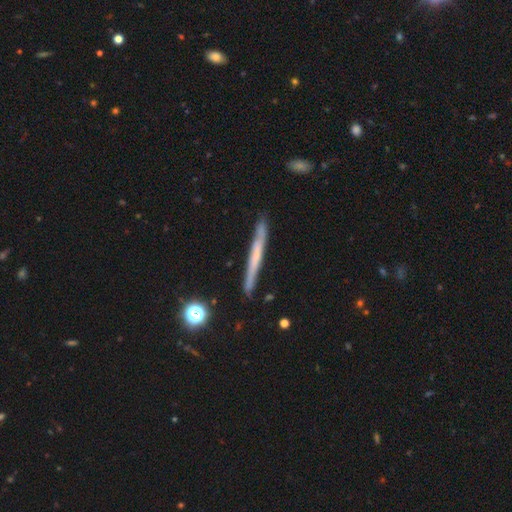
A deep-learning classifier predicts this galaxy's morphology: A featured or disk galaxy (51%) viewed edge-on (94%). Merging: none (86%).